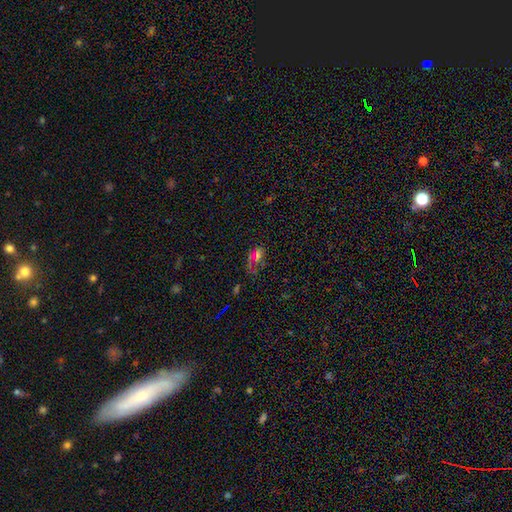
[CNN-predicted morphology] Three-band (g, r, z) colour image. It shows a smooth galaxy with no disk features (41%). Merging: none (42%).